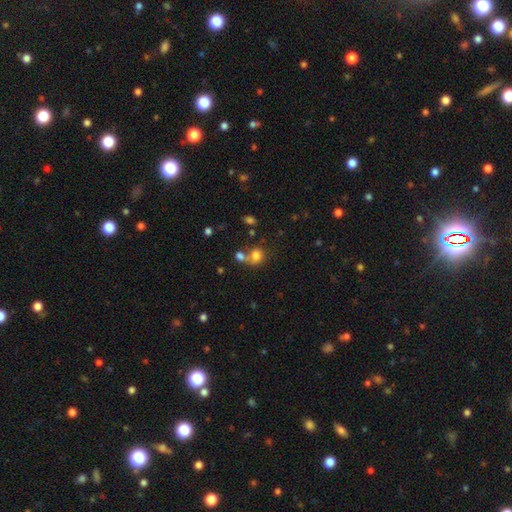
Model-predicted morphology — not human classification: type=smooth (77%); roundness=round (66%); merging=none (42%).